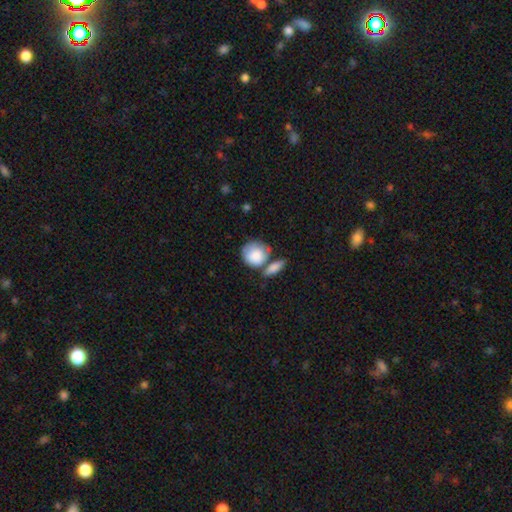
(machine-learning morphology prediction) This is clearly a smooth galaxy (83%). How rounded: likely round (75%). Merging: marginally none (44%).